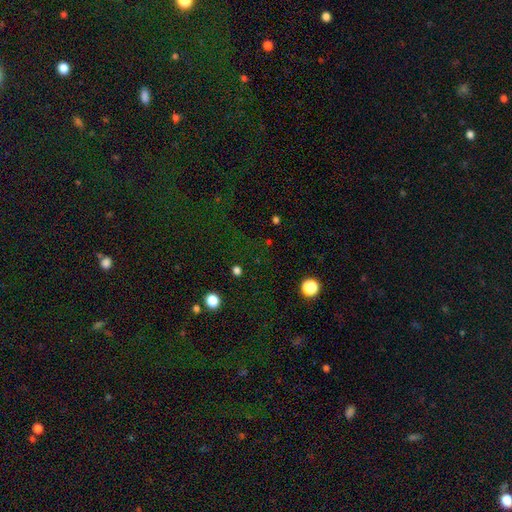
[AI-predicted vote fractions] smooth-or-featured: star or artifact: 66% | smooth: 23% | featured or disk: 11%